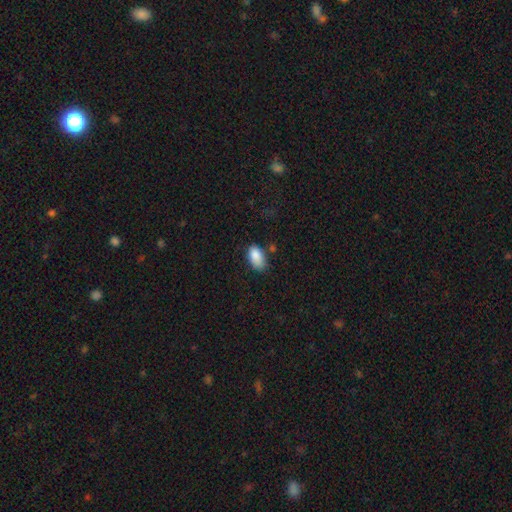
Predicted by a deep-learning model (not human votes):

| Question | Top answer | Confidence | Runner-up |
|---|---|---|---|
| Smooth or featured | smooth | 87% | star or artifact (7%) |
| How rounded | in between | 93% | round (5%) |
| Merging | none | 62% | minor disturbance (27%) |